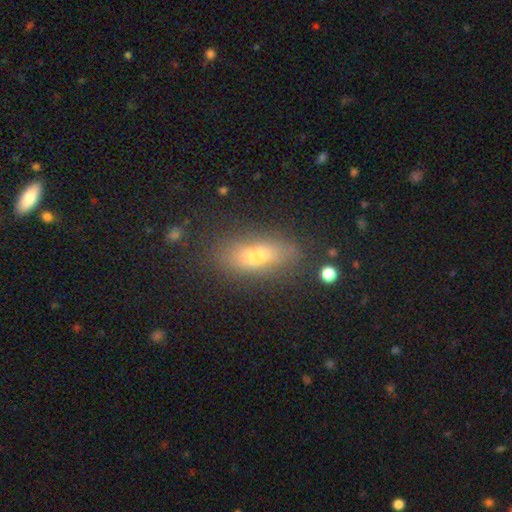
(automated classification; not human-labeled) This is likely a smooth galaxy (68%). How rounded: likely in between (74%). Merging: likely none (73%).